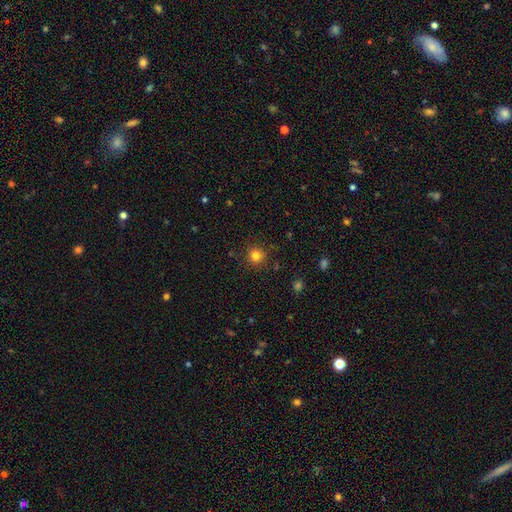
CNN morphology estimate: Smooth or featured? Predicted: smooth (p=0.81). How rounded? Predicted: round (p=0.94). Merging? Predicted: none (p=0.89).